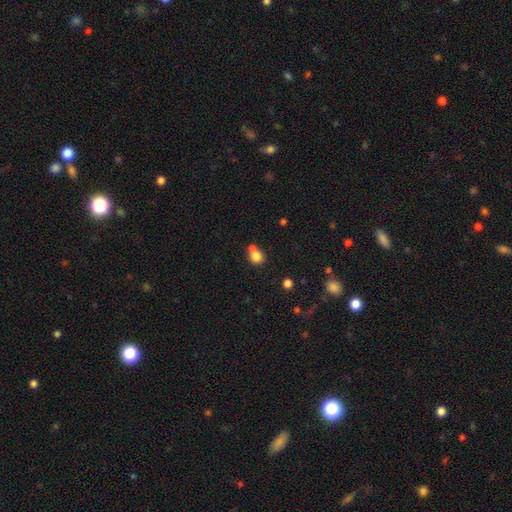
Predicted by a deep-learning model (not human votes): Smooth or featured? smooth (81%)
How rounded? round (72%)
Merging? none (44%)